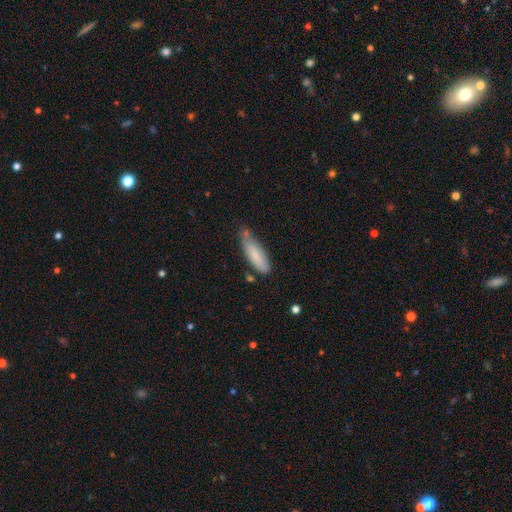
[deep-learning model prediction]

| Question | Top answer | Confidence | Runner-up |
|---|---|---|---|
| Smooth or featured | smooth | 81% | featured or disk (13%) |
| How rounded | cigar-shaped | 54% | in between (45%) |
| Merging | none | 57% | minor disturbance (30%) |